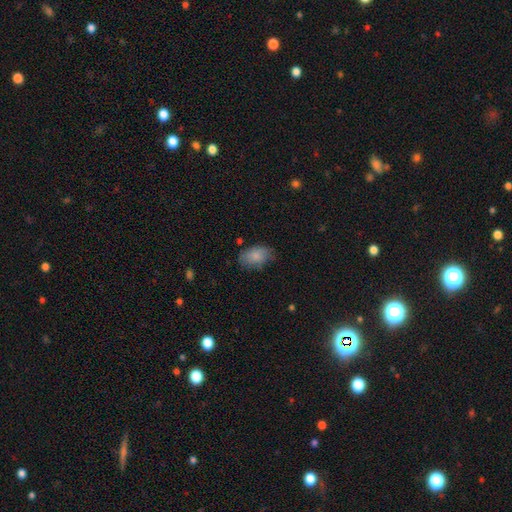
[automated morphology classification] Smooth or featured?
  - smooth: 84% *
  - featured or disk: 9%
  - star or artifact: 7%
How rounded?
  - in between: 89% *
  - round: 10%
  - cigar-shaped: 1%
Merging?
  - none: 72% *
  - minor disturbance: 21%
  - major disturbance: 5%
  - merger: 2%